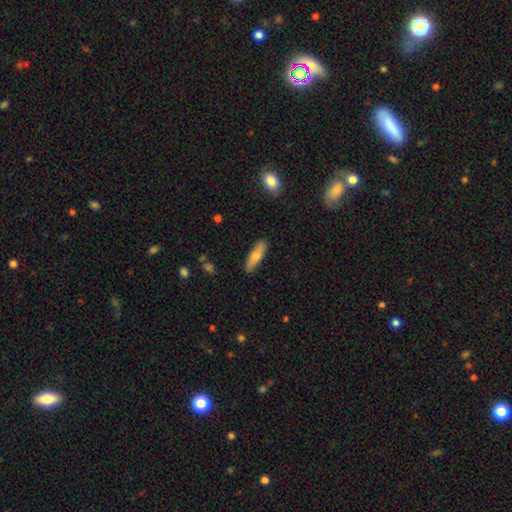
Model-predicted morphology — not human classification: The model was most divided on "how rounded": cigar-shaped: 62%, in between: 35%, round: 2%. More confident: merging — none (88%); smooth or featured — smooth (66%).